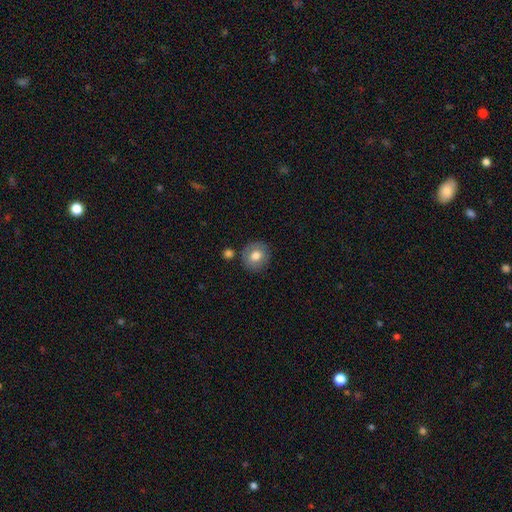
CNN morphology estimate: Overall: smooth (77%). How rounded: round (85%). Merging: none (82%).